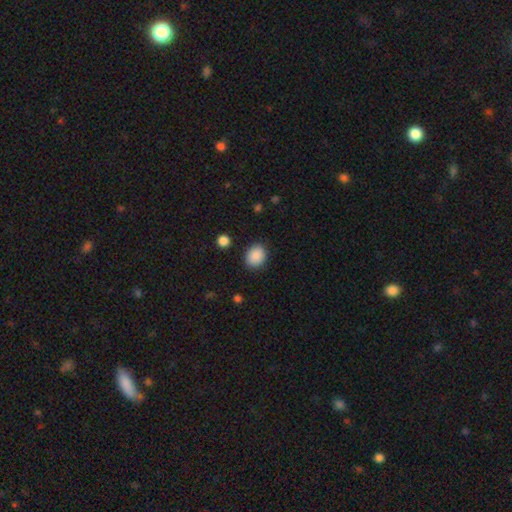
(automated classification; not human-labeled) This appears to be a smooth galaxy with no disk features (89%) that is round (51%). Merging: none (87%).